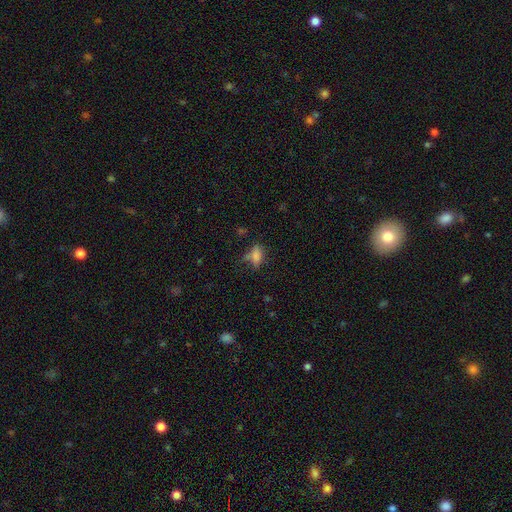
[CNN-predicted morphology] Smooth or featured? Predicted: smooth (p=0.71). How rounded? Predicted: in between (p=0.80). Merging? Predicted: none (p=0.50).